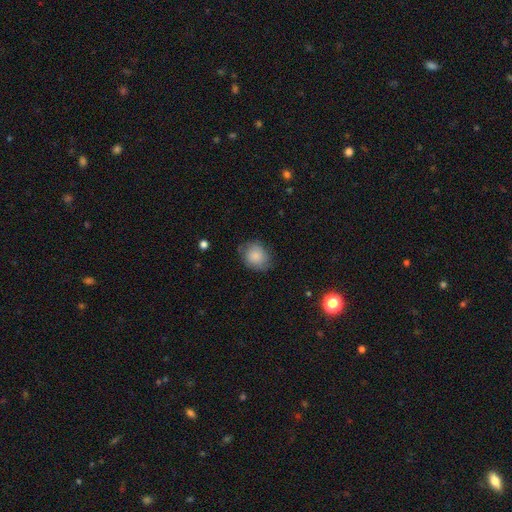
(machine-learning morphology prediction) smooth_or_featured: smooth (p=0.80) [alt: featured or disk p=0.13]
how_rounded: round (p=0.62) [alt: in between p=0.37]
merging: none (p=0.70) [alt: minor disturbance p=0.23]